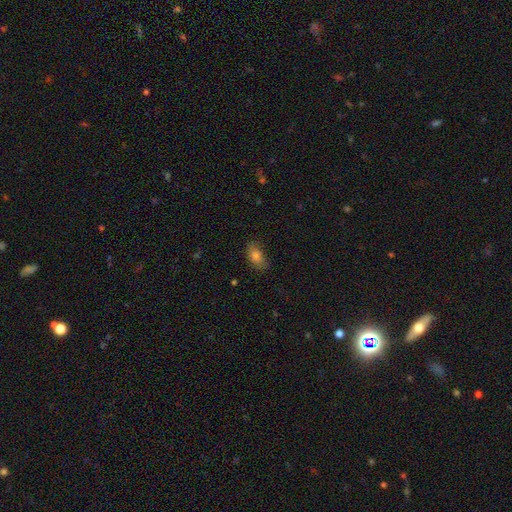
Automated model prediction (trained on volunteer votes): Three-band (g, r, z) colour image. It shows a smooth galaxy with no disk features (81%) that is in between round and cigar-shaped (89%). Merging: none (77%).